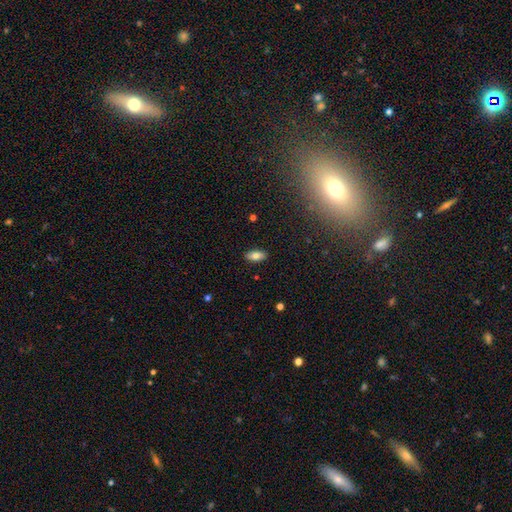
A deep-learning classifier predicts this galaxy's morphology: This is clearly a smooth galaxy (80%). How rounded: clearly in between (89%). Merging: clearly none (89%).